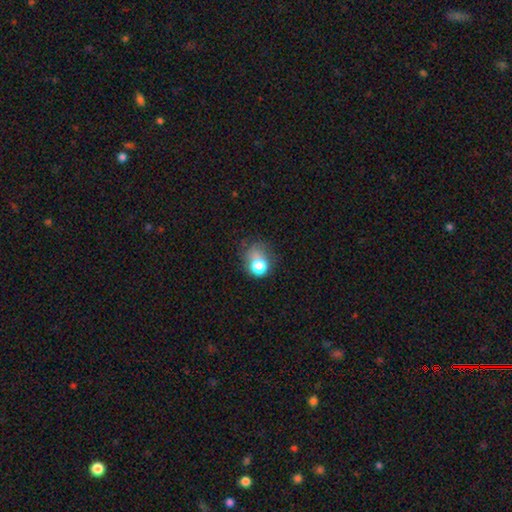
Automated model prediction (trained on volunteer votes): Smooth or featured: smooth — 73% (featured or disk — 14%)
How rounded: round — 62% (in between — 37%)
Merging: none — 34% (major disturbance — 32%)